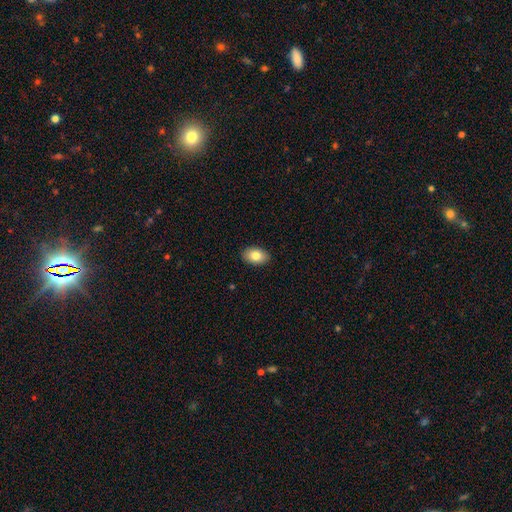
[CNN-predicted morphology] This appears to be a smooth galaxy with no disk features (83%) that is in between round and cigar-shaped (86%). Merging: none (90%).